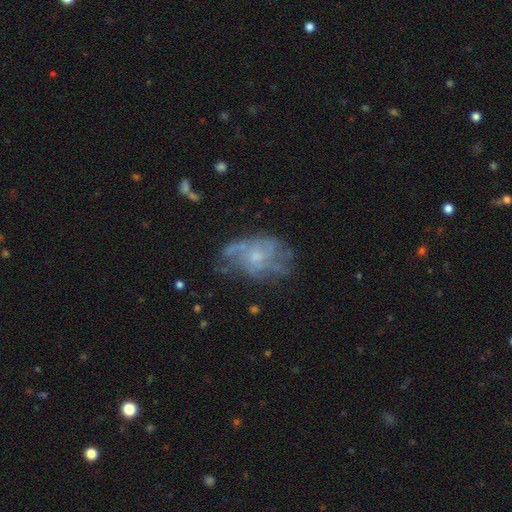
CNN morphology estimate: Smooth or featured?
  - featured or disk: 70% *
  - smooth: 20%
  - star or artifact: 10%
Edge-on disk?
  - no: 96% *
  - yes: 4%
Bar?
  - no: 77% *
  - weak: 20%
  - strong: 3%
Spiral arms?
  - yes: 68% *
  - no: 32%
Bulge size?
  - small: 57% *
  - moderate: 32%
  - none: 8%
  - large: 2%
  - dominant: 1%
Merging?
  - none: 54% *
  - minor disturbance: 24%
  - major disturbance: 19%
  - merger: 3%